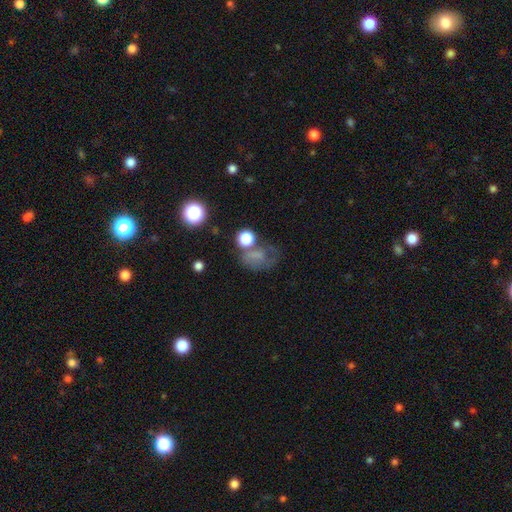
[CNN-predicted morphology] This appears to be a smooth galaxy with no disk features (52%) that is in between round and cigar-shaped (60%). Merging: none (38%).